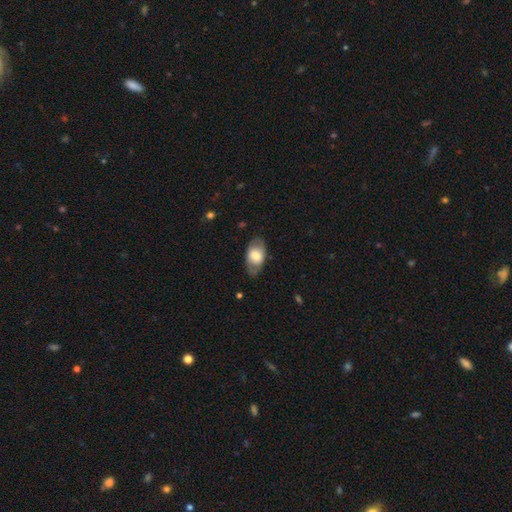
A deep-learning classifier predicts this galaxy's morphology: Overall: smooth (63%; featured or disk 31%). How rounded: in between (90%). Merging: none (76%).